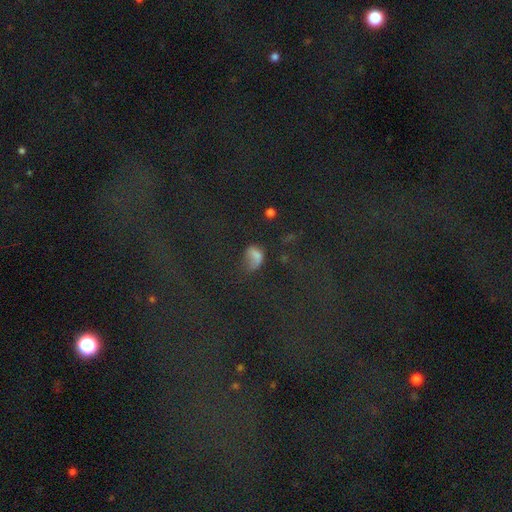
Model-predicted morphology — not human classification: This is possibly a star or artifact rather than a galaxy (49%).